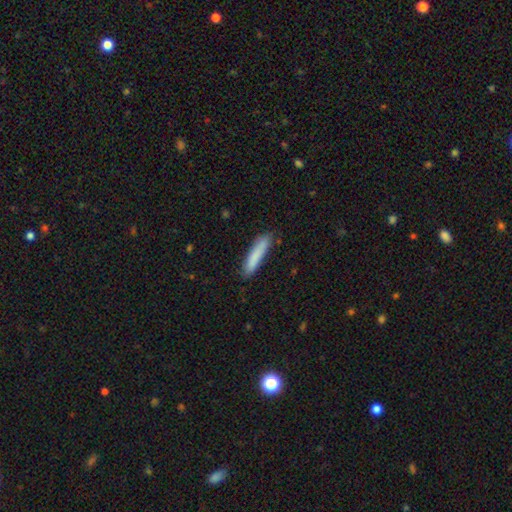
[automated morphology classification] This is clearly a smooth galaxy (83%). How rounded: clearly cigar-shaped (86%). Merging: clearly none (83%).